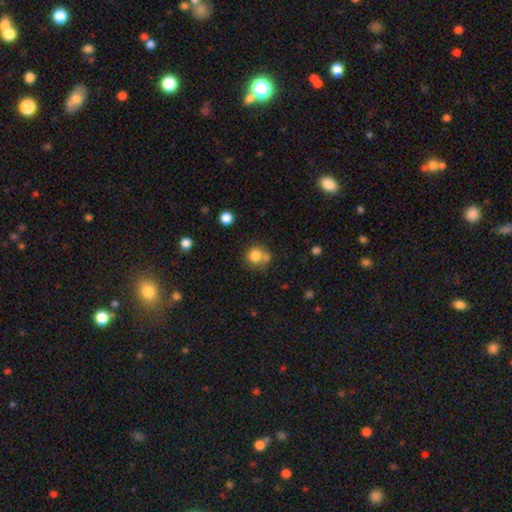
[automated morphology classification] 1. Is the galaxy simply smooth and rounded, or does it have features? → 80% smooth, 11% star or artifact, 9% featured or disk.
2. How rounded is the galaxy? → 87% round, 12% in between, 1% cigar-shaped.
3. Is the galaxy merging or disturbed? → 57% none, 26% merger, 13% minor disturbance, 5% major disturbance.